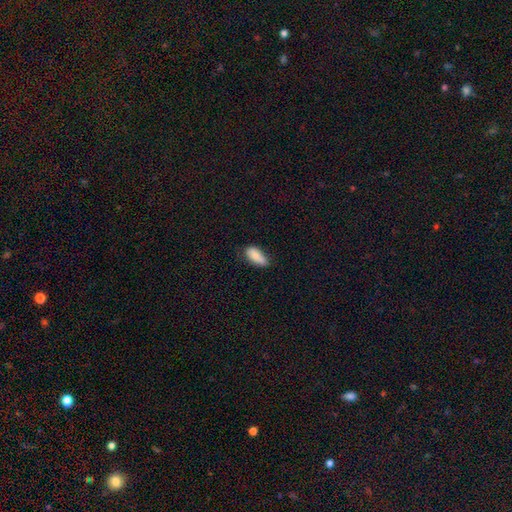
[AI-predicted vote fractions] Smooth or featured?
  - smooth: 85% *
  - featured or disk: 8%
  - star or artifact: 7%
How rounded?
  - in between: 83% *
  - cigar-shaped: 14%
  - round: 2%
Merging?
  - none: 63% *
  - minor disturbance: 29%
  - major disturbance: 5%
  - merger: 3%